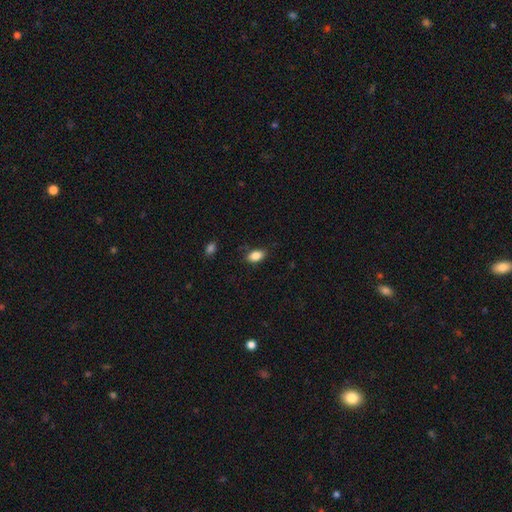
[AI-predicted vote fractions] The model was most divided on "merging": none: 82%, minor disturbance: 14%, major disturbance: 3%, merger: 1%. More confident: how rounded — in between (90%); smooth or featured — smooth (86%).